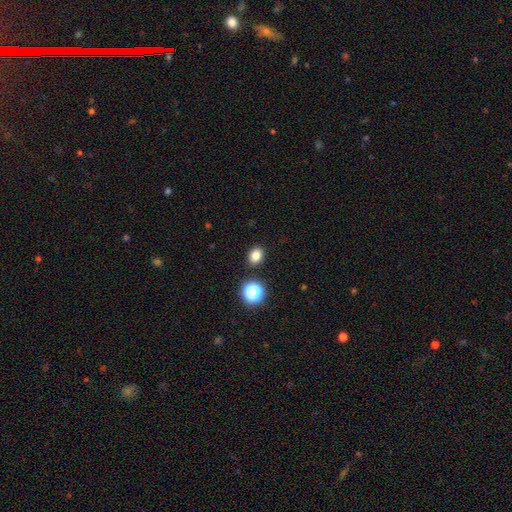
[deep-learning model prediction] smooth_or_featured: smooth (p=0.81) [alt: star or artifact p=0.14]
how_rounded: round (p=0.50) [alt: in between p=0.49]
merging: none (p=0.88) [alt: minor disturbance p=0.07]